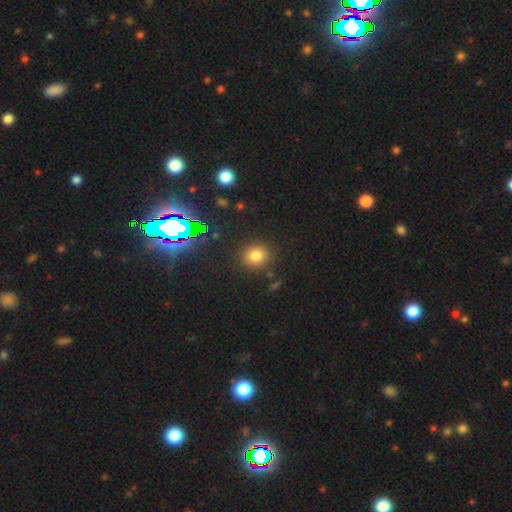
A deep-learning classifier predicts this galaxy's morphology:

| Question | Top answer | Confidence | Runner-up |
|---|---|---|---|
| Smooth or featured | smooth | 76% | star or artifact (17%) |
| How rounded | round | 76% | in between (23%) |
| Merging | none | 86% | minor disturbance (8%) |